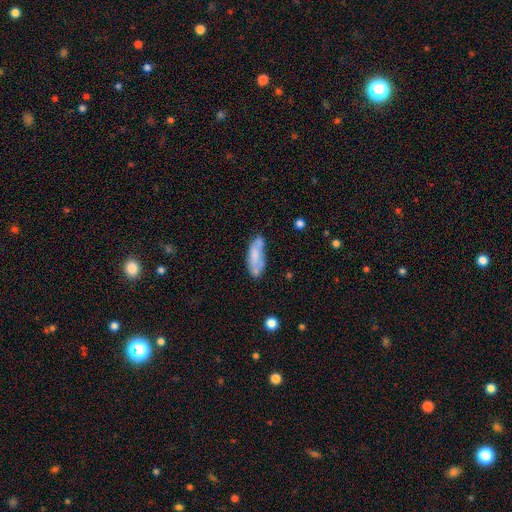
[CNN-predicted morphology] type=smooth (67%); roundness=in between (67%); merging=none (57%).